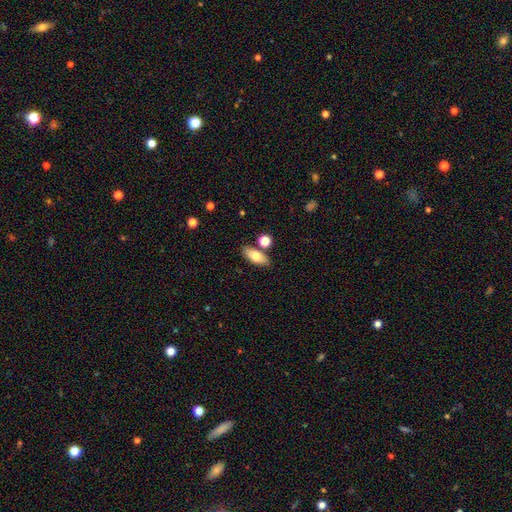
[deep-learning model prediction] This appears to be a smooth galaxy with no disk features (75%) that is in between round and cigar-shaped (81%). Merging: none (78%).